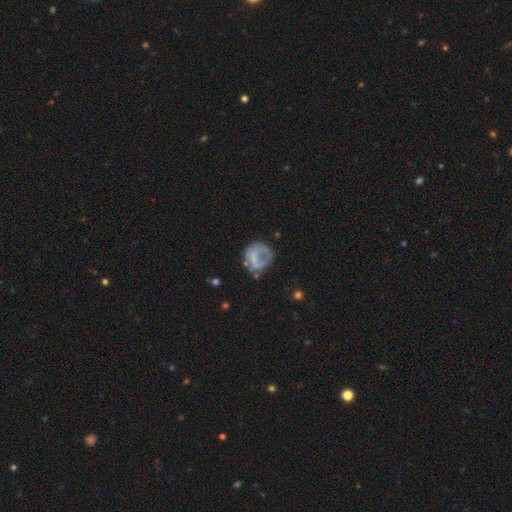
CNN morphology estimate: type=smooth (55%); roundness=round (78%); merging=none (45%).